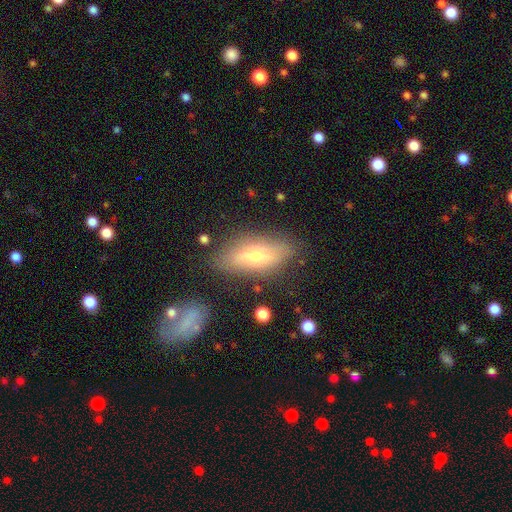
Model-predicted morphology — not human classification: A smooth galaxy with no disk features (47%).

Vote fractions:
- Smooth or featured? smooth: 47% / featured or disk: 45% / star or artifact: 8%
- Merging? none: 76% / minor disturbance: 16% / major disturbance: 5% / merger: 3%